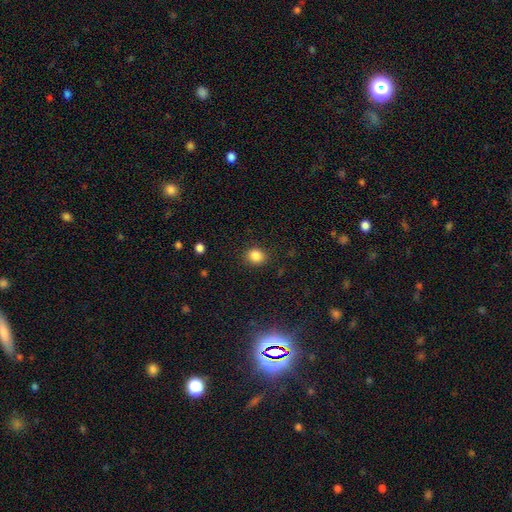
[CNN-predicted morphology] smooth-or-featured: smooth: 85% | star or artifact: 10% | featured or disk: 4%
  how-rounded: round: 63% | in between: 36% | cigar-shaped: 1%
  merging: none: 86% | minor disturbance: 10% | major disturbance: 3% | merger: 1%